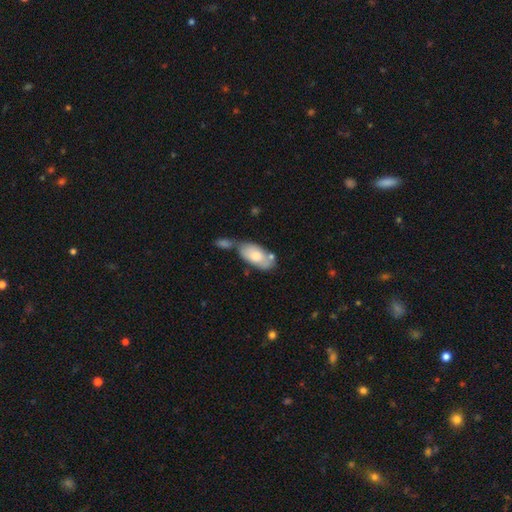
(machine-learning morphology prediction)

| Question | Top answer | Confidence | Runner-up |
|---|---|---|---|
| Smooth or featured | smooth | 72% | featured or disk (22%) |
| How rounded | in between | 93% | cigar-shaped (4%) |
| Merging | none | 42% | merger (33%) |